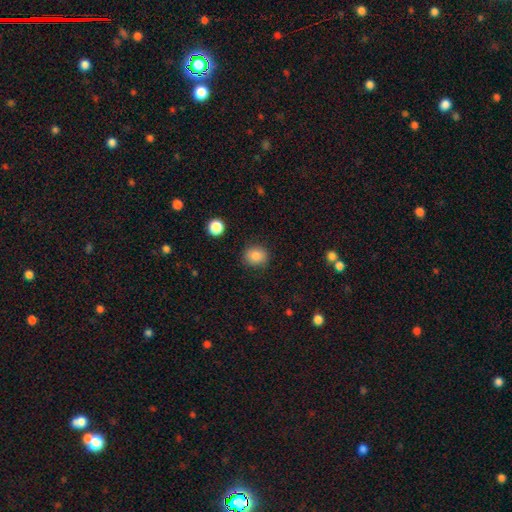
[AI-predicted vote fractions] This appears to be a smooth galaxy with no disk features (85%) that is round (74%). Merging: none (86%).